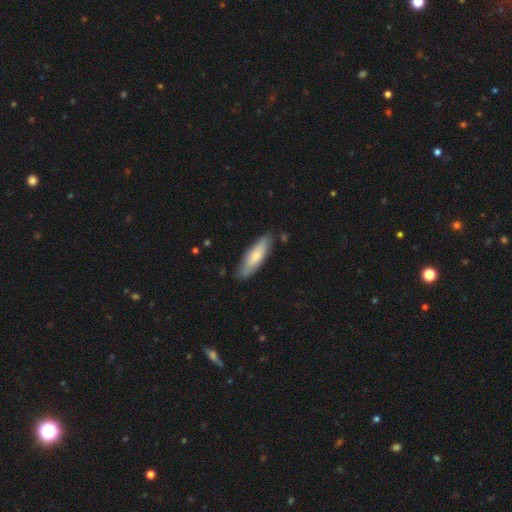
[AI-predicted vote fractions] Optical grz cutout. It shows a smooth galaxy with no disk features (72%) that is cigar-shaped (52%). Merging: none (82%).